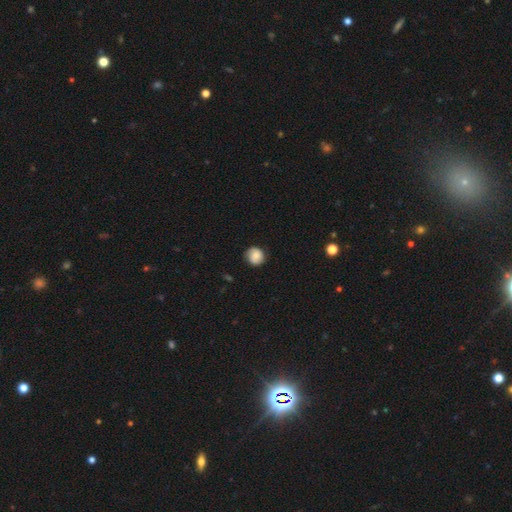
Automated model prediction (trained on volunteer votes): Smooth or featured: smooth — 73% (featured or disk — 19%)
How rounded: round — 85% (in between — 14%)
Merging: none — 83% (minor disturbance — 13%)